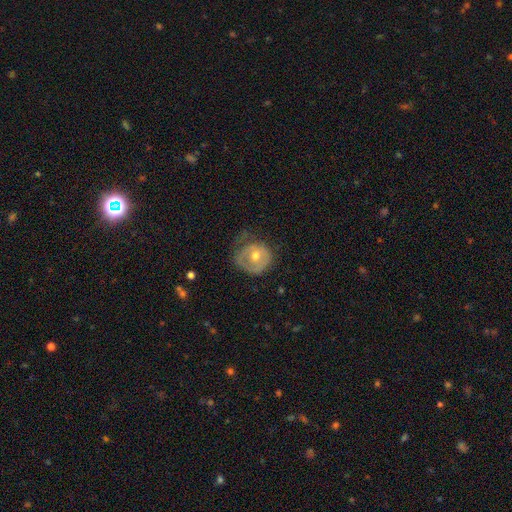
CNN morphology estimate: A featured or disk galaxy (51%).

Vote fractions:
- Smooth or featured? featured or disk: 51% / smooth: 42% / star or artifact: 7%
- Edge-on disk? no: 96% / yes: 4%
- Merging? none: 49% / minor disturbance: 29% / major disturbance: 20% / merger: 2%